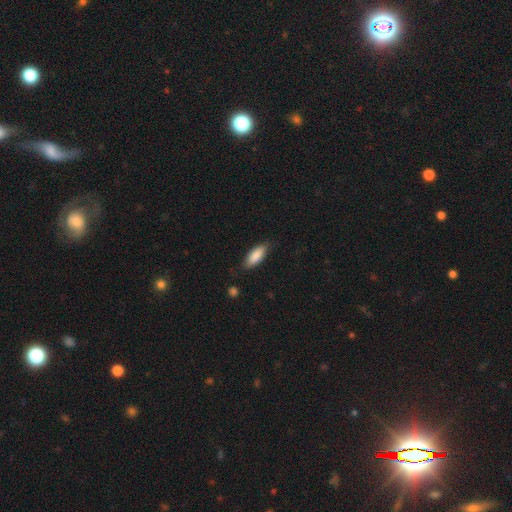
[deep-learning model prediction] This is clearly a smooth galaxy (85%). How rounded: likely in between (73%). Merging: likely none (77%).